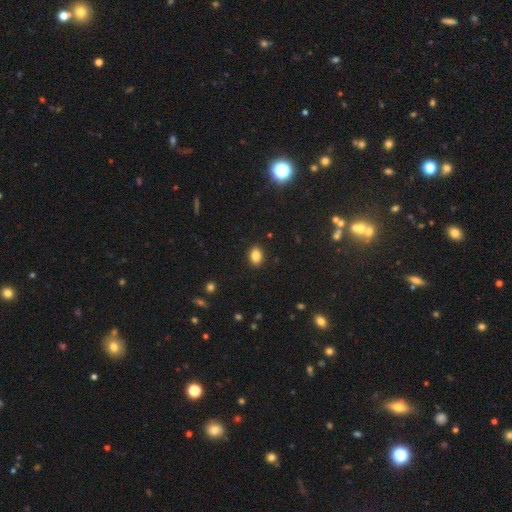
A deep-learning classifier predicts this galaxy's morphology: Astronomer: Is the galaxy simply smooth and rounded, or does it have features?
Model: smooth — 84%.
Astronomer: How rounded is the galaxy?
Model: in between — 72%.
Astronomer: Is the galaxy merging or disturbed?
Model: none — 89%.